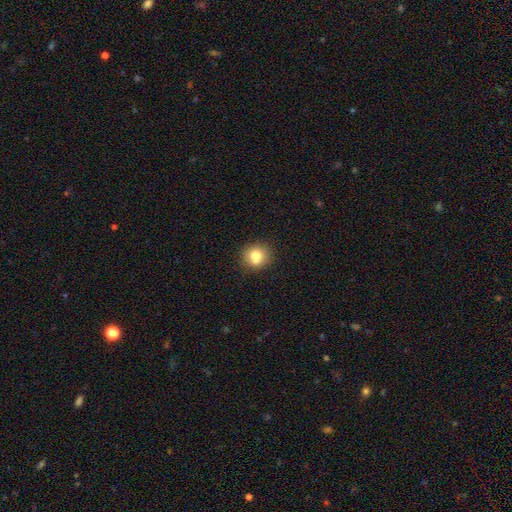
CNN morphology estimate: smooth-or-featured: smooth: 75% | featured or disk: 15% | star or artifact: 10%
  how-rounded: round: 83% | in between: 16% | cigar-shaped: 1%
  merging: none: 66% | merger: 18% | minor disturbance: 13% | major disturbance: 3%